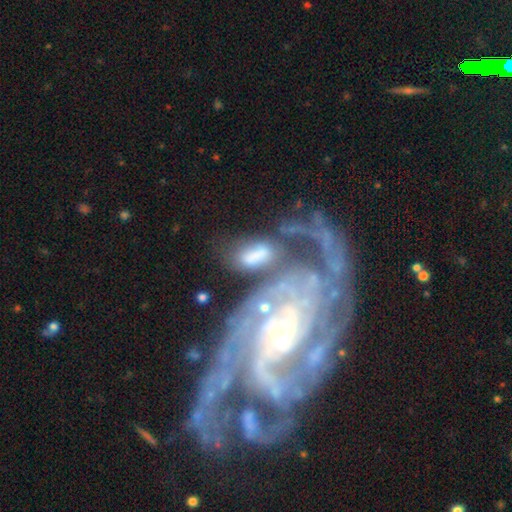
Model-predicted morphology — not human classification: This appears to be a smooth galaxy with no disk features (59%) that is in between round and cigar-shaped (87%). Merging: none (37%).